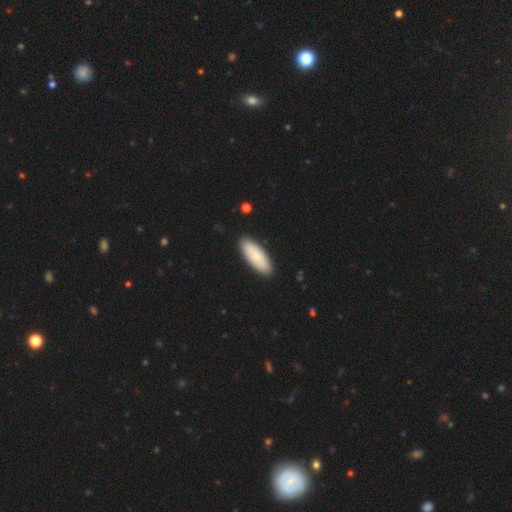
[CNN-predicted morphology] A smooth galaxy with no disk features (82%) that is in between round and cigar-shaped (74%). Merging: none (89%).